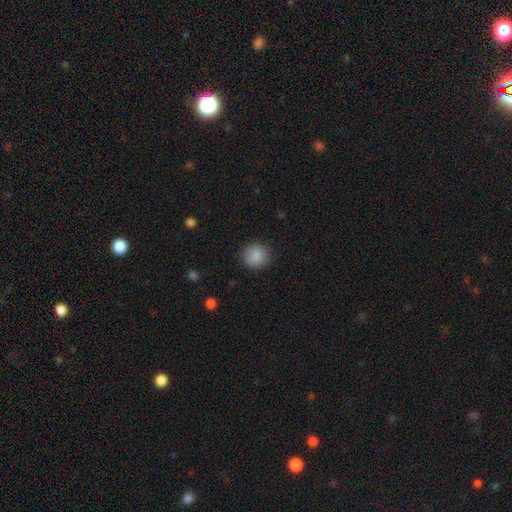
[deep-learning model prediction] The model was most divided on "how rounded": round: 88%, in between: 11%, cigar-shaped: 1%. More confident: smooth or featured — smooth (88%); merging — none (87%).